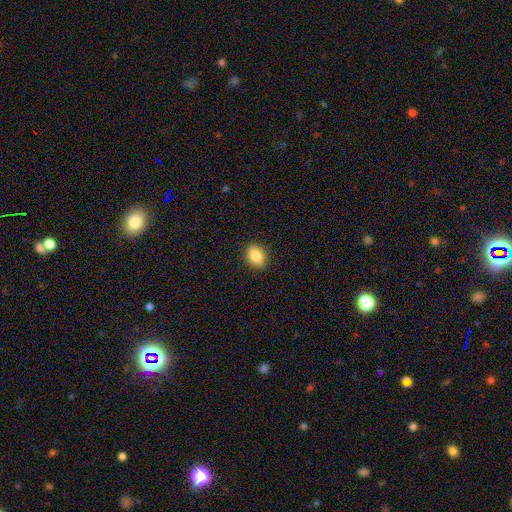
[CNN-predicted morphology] The model was most divided on "how rounded": in between: 69%, round: 30%, cigar-shaped: 1%. More confident: merging — none (90%); smooth or featured — smooth (86%).